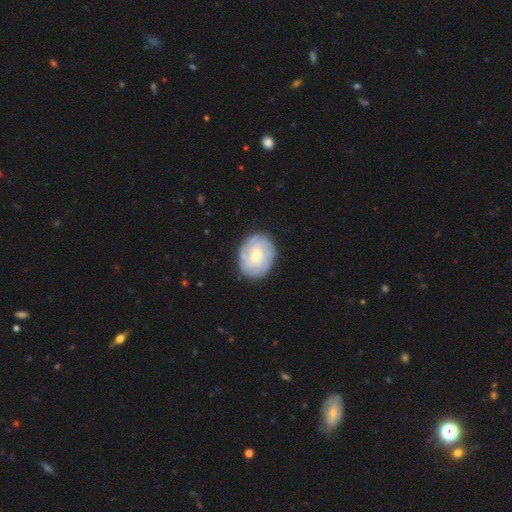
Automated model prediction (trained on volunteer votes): smooth_or_featured: featured or disk (p=0.78) [alt: smooth p=0.16]
disk_edge_on: no (p=0.97) [alt: yes p=0.03]
bar: no (p=0.67) [alt: weak p=0.28]
has_spiral_arms: yes (p=0.94) [alt: no p=0.06]
spiral_winding: tight (p=0.78) [alt: medium p=0.18]
spiral_arm_count: can't tell (p=0.41) [alt: 4 p=0.18]
bulge_size: small (p=0.50) [alt: moderate p=0.46]
merging: none (p=0.83) [alt: minor disturbance p=0.13]